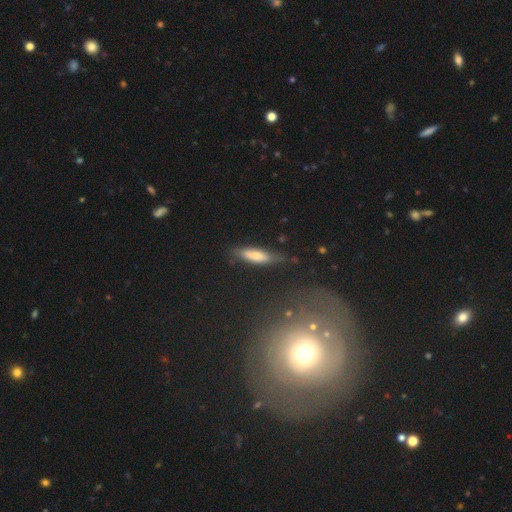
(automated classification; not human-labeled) Smooth or featured? smooth (73%)
How rounded? cigar-shaped (61%)
Merging? none (72%)